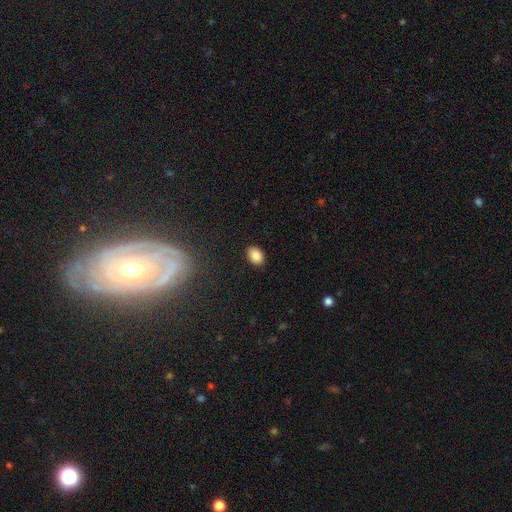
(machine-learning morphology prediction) smooth-or-featured: smooth: 86% | star or artifact: 9% | featured or disk: 5%
  how-rounded: in between: 75% | round: 24% | cigar-shaped: 1%
  merging: none: 88% | minor disturbance: 8% | major disturbance: 2% | merger: 1%